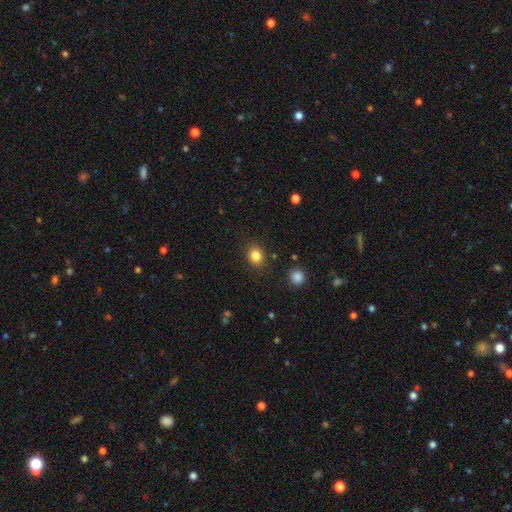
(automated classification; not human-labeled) Smooth or featured?
  - smooth: 84% *
  - star or artifact: 11%
  - featured or disk: 5%
How rounded?
  - round: 64% *
  - in between: 35%
  - cigar-shaped: 1%
Merging?
  - none: 85% *
  - minor disturbance: 10%
  - major disturbance: 3%
  - merger: 2%